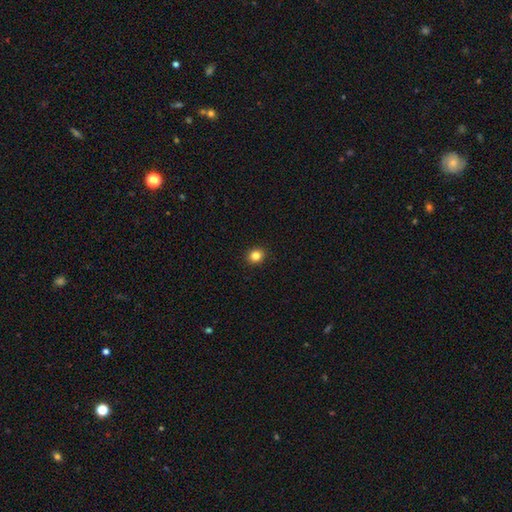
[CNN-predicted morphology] This appears to be a smooth galaxy with no disk features (83%) that is round (78%). Merging: none (92%).